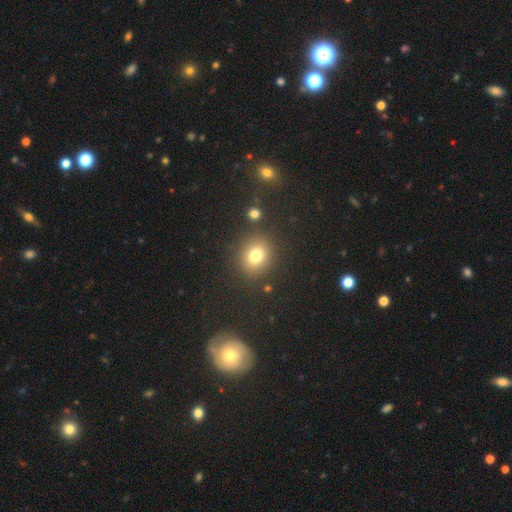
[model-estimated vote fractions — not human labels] A smooth galaxy with no disk features (77%) that is round (74%).

Vote fractions:
- Smooth or featured? smooth: 77% / star or artifact: 15% / featured or disk: 8%
- How rounded? round: 74% / in between: 25% / cigar-shaped: 1%
- Merging? none: 84% / minor disturbance: 8% / merger: 4% / major disturbance: 3%